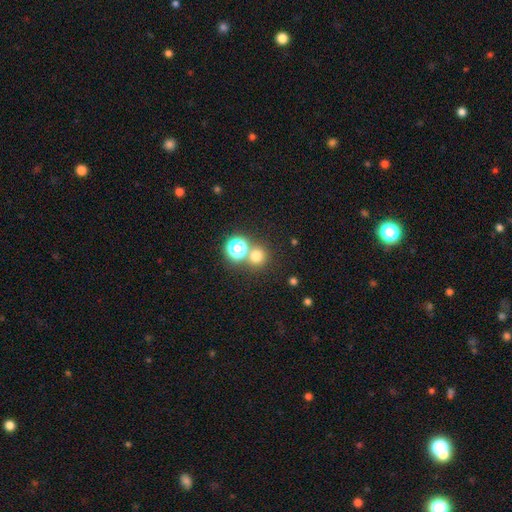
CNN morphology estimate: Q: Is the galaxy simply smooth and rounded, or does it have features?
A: smooth — 70%.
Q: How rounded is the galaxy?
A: round — 91%.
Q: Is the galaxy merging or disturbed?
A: none — 68%.